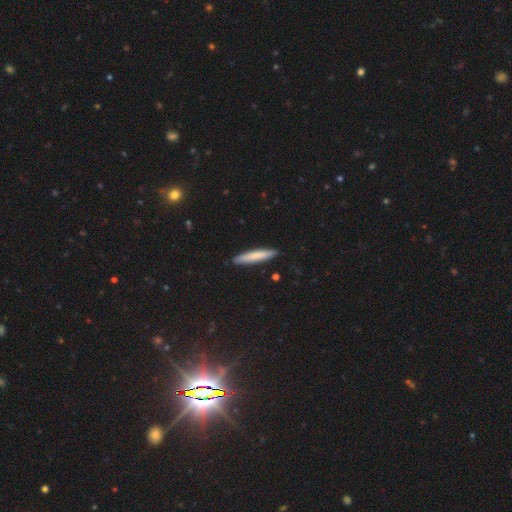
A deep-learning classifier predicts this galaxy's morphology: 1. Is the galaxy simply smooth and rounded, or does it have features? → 78% smooth, 17% featured or disk, 5% star or artifact.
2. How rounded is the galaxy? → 93% cigar-shaped, 6% in between, 1% round.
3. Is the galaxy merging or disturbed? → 90% none, 7% minor disturbance, 1% major disturbance, 1% merger.